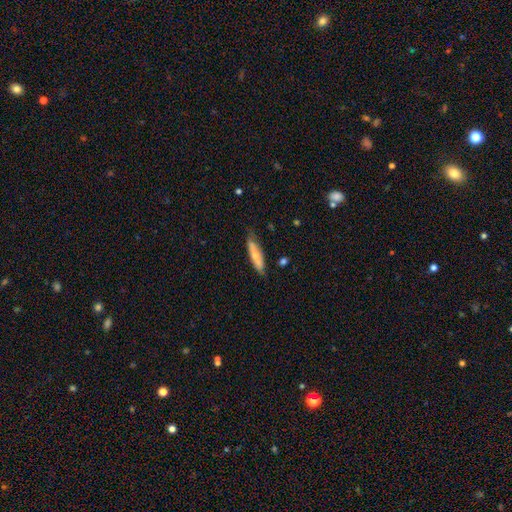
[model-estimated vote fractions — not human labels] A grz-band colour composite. It shows a smooth galaxy with no disk features (61%) that is cigar-shaped (78%). Merging: none (72%).